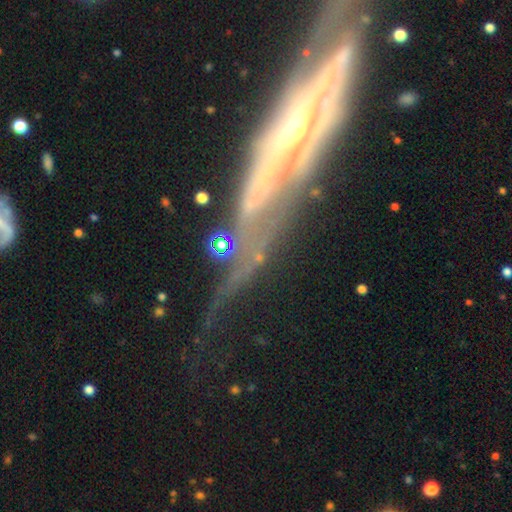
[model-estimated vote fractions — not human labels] The model was most divided on "edge-on disk": yes: 56%, no: 44%. Remaining: smooth or featured — featured or disk (71%); merging — none (49%).